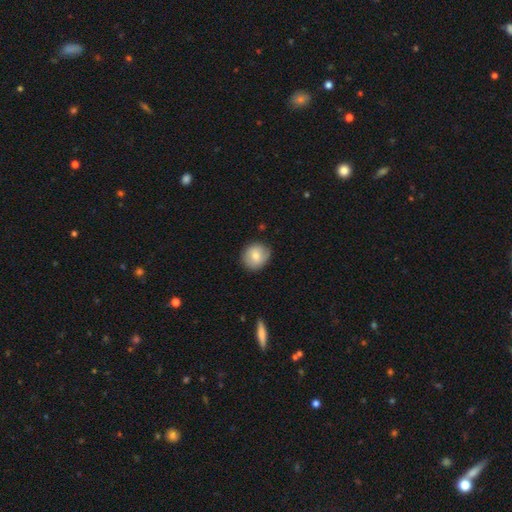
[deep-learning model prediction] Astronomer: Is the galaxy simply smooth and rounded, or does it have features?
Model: smooth — 72%.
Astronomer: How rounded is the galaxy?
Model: round — 83%.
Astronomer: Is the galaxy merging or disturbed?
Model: none — 80%.